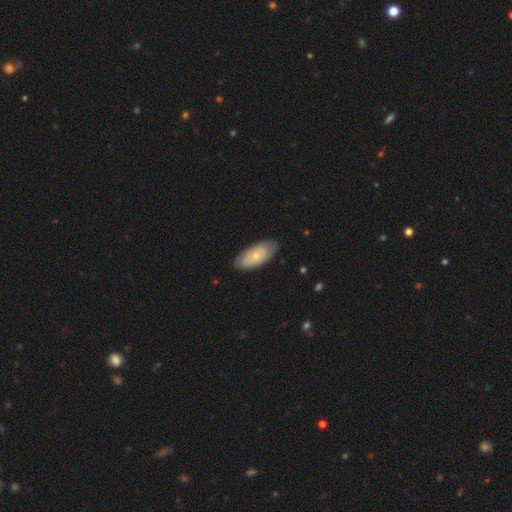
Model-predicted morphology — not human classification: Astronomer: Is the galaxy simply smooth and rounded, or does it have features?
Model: smooth — 68%.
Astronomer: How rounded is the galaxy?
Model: in between — 91%.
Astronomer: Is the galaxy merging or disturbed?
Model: none — 82%.